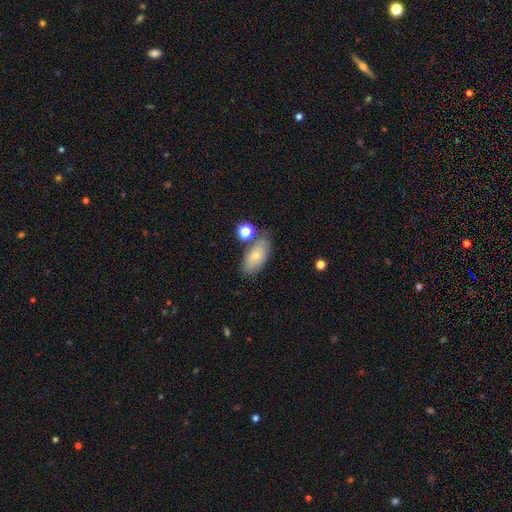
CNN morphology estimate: smooth 72%, featured or disk 20%, star or artifact 8%. Down the decision tree: how rounded — in between (89%); merging — none (67%).